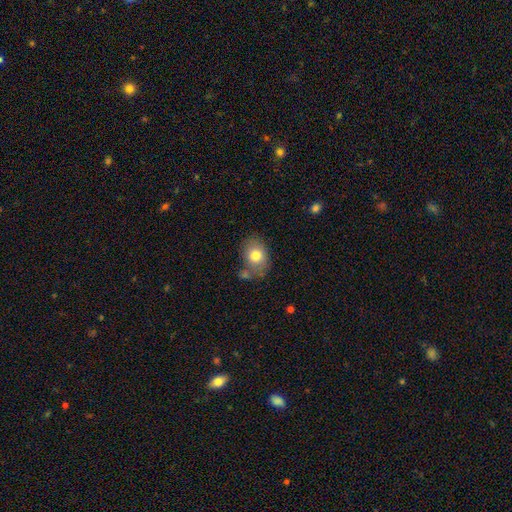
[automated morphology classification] smooth 77%, featured or disk 14%, star or artifact 9%. Down the decision tree: how rounded — in between (58%); merging — none (60%).